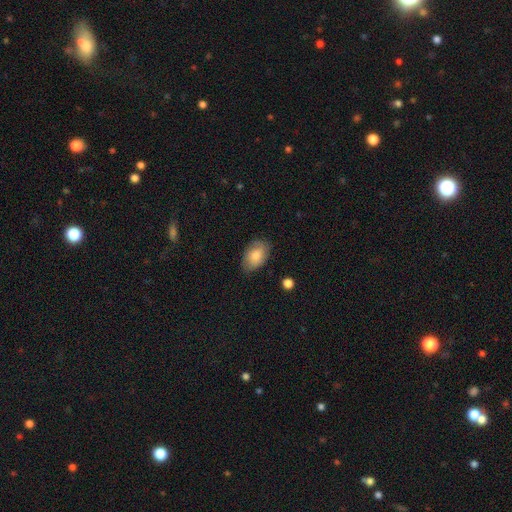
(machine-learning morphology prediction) type=smooth (77%); roundness=in between (91%); merging=none (75%).